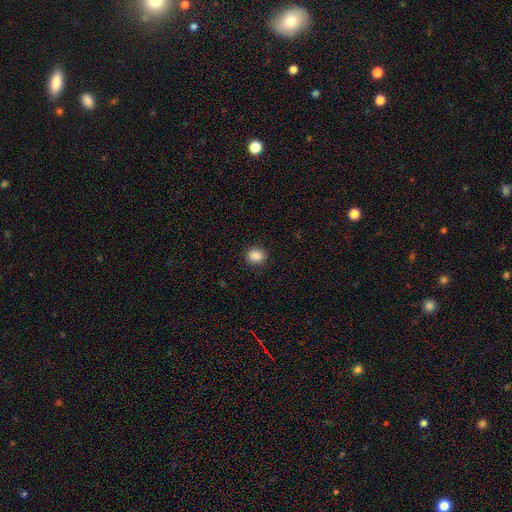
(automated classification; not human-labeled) The model was most divided on "how rounded": round: 67%, in between: 32%, cigar-shaped: 1%. More confident: merging — none (89%); smooth or featured — smooth (88%).